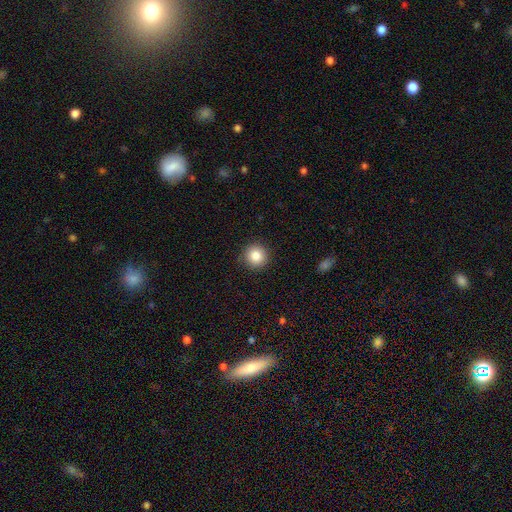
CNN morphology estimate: Smooth or featured? smooth (86%)
How rounded? round (95%)
Merging? none (90%)